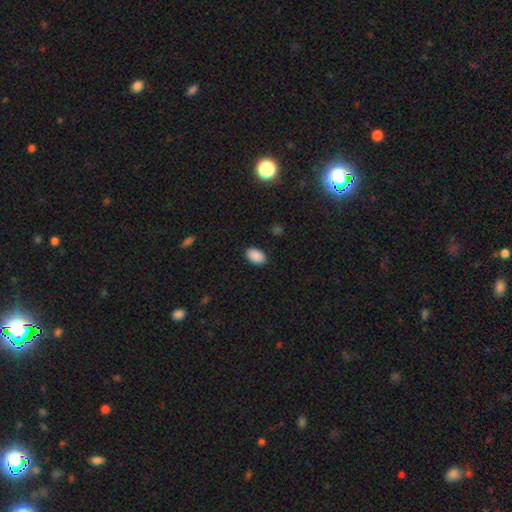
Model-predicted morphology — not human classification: Overall: smooth (90%). How rounded: in between (92%). Merging: none (89%).